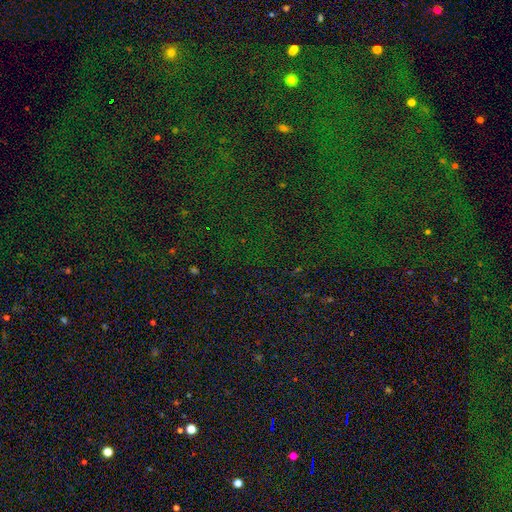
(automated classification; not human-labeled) smooth_or_featured: star or artifact (p=0.82) [alt: smooth p=0.11]